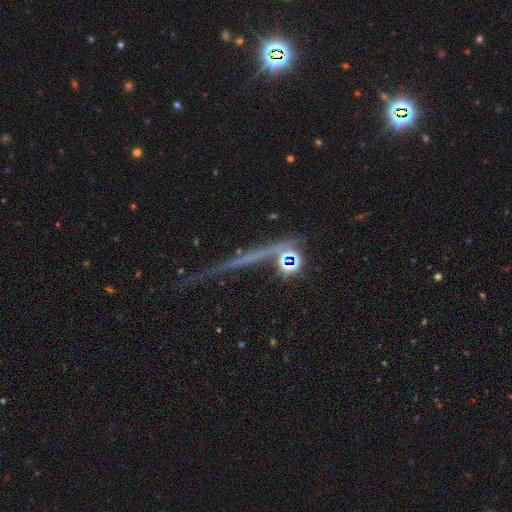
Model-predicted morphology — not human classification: The model was most divided on "smooth or featured": star or artifact: 44%, featured or disk: 35%, smooth: 21%.